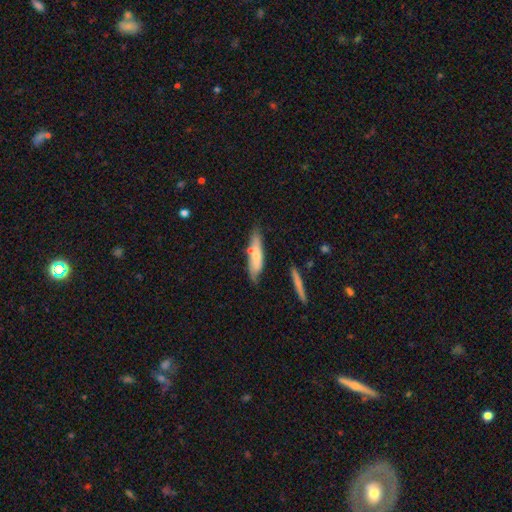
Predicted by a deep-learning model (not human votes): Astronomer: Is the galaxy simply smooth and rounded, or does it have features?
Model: smooth — 61%.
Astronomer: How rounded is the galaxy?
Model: cigar-shaped — 69%.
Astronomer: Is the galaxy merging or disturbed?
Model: none — 63%.